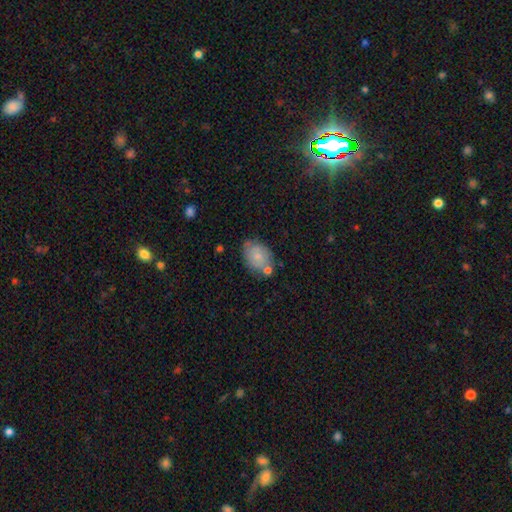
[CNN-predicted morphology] The model was most divided on "how rounded": in between: 71%, round: 28%, cigar-shaped: 1%. More confident: smooth or featured — smooth (69%); merging — none (63%).